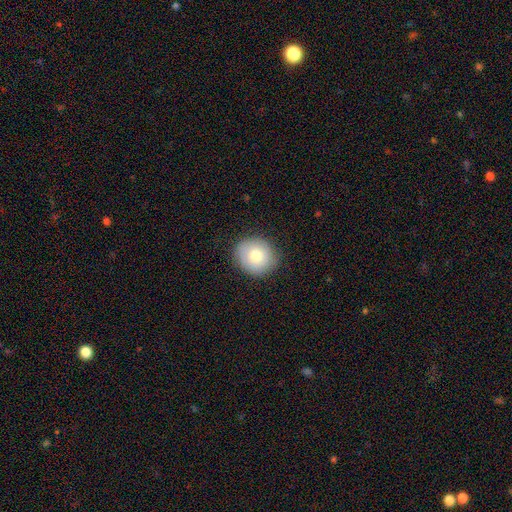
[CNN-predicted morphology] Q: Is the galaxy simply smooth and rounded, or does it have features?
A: smooth — 75%.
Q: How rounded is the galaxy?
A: round — 84%.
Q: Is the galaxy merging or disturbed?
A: none — 84%.